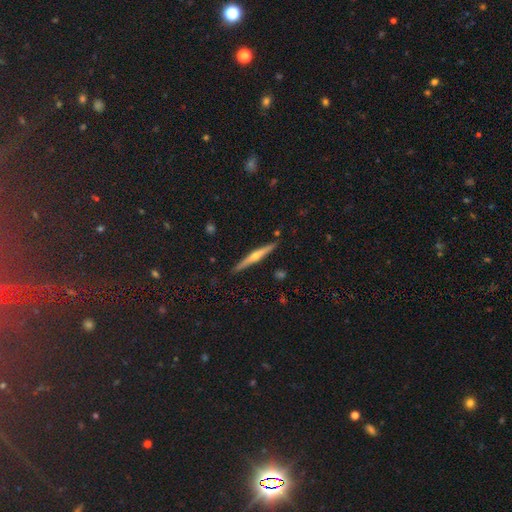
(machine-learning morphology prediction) A featured or disk galaxy (72%) viewed edge-on (98%) with a rounded central bulge (87%). Merging: none (90%).